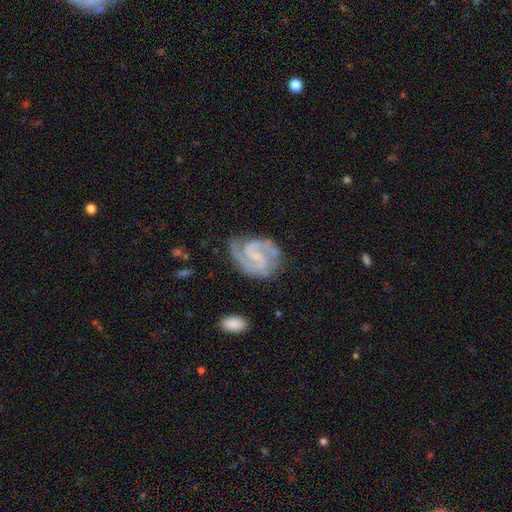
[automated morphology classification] type=featured or disk (91%); edge-on=no (98%); bar=weak (50%); spiral arms=yes (98%); winding=medium (53%); arm count=2 (85%); bulge=small (52%); merging=none (72%).